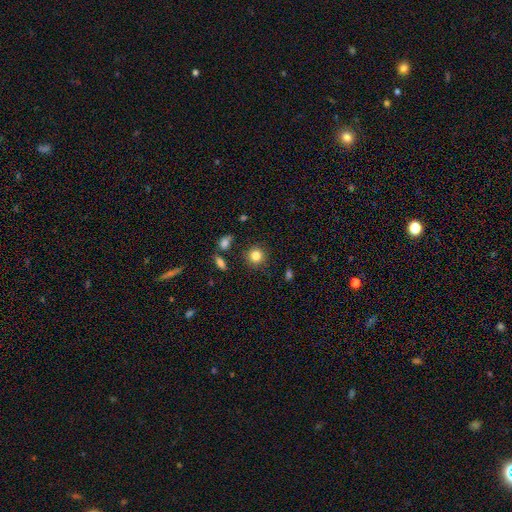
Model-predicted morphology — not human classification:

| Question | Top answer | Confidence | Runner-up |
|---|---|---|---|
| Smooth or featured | smooth | 83% | star or artifact (11%) |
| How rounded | round | 91% | in between (8%) |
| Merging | none | 86% | minor disturbance (8%) |